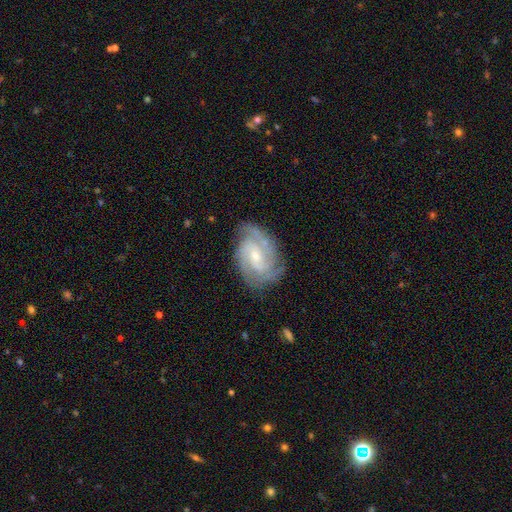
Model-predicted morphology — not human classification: smooth_or_featured: featured or disk (p=0.88) [alt: smooth p=0.08]
disk_edge_on: no (p=0.97) [alt: yes p=0.03]
bar: weak (p=0.46) [alt: no p=0.43]
has_spiral_arms: yes (p=0.97) [alt: no p=0.03]
spiral_winding: tight (p=0.56) [alt: medium p=0.38]
spiral_arm_count: 3 (p=0.38) [alt: 2 p=0.32]
bulge_size: small (p=0.60) [alt: moderate p=0.35]
merging: none (p=0.76) [alt: minor disturbance p=0.17]